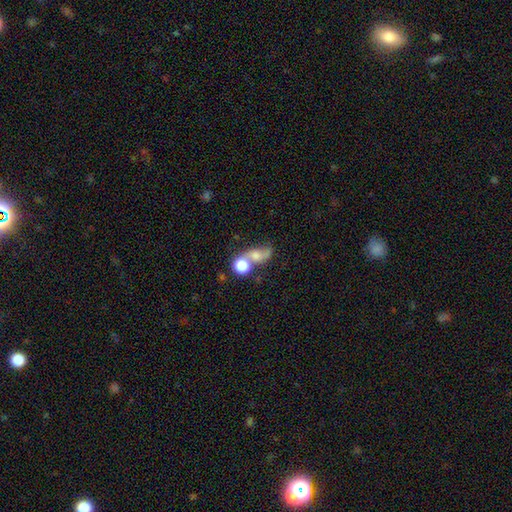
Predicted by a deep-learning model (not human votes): smooth_or_featured: smooth (p=0.57) [alt: featured or disk p=0.30]
how_rounded: round (p=0.47) [tied with: in between p=0.47]
merging: merger (p=0.53) [alt: none p=0.24]